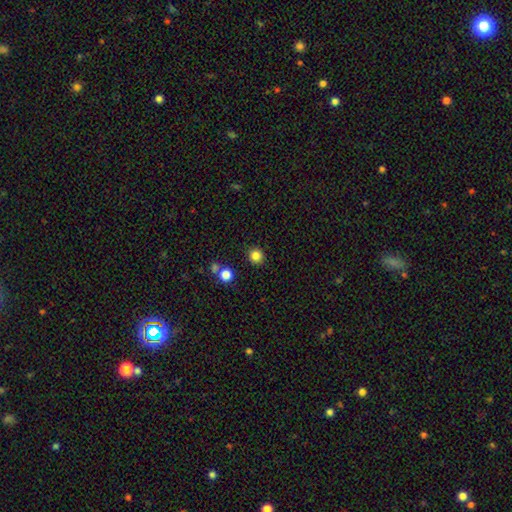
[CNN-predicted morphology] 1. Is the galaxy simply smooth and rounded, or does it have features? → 84% smooth, 12% star or artifact, 4% featured or disk.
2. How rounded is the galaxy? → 93% round, 6% in between, 1% cigar-shaped.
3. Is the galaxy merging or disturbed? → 89% none, 6% minor disturbance, 3% merger, 2% major disturbance.